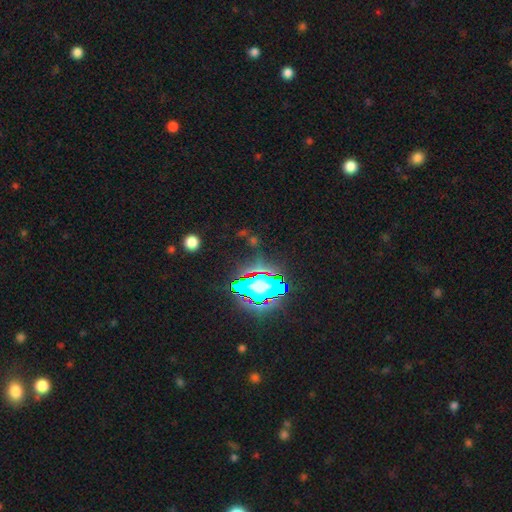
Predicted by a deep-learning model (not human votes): smooth-or-featured: star or artifact: 82% | smooth: 11% | featured or disk: 8%